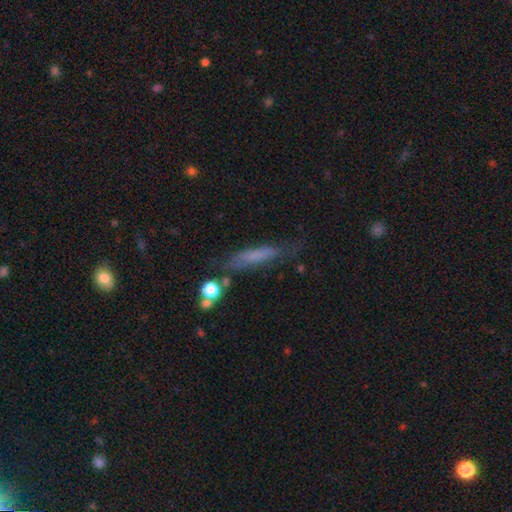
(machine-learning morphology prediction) A smooth galaxy with no disk features (57%) that is cigar-shaped (83%). Merging: none (65%).